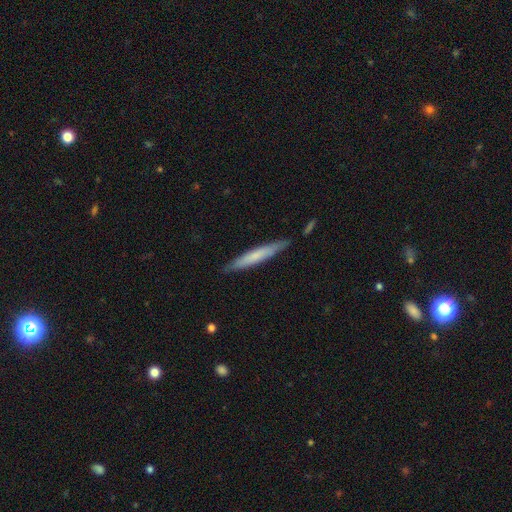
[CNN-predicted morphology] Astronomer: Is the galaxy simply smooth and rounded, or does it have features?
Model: smooth — 62%.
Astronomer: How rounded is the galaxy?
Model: cigar-shaped — 94%.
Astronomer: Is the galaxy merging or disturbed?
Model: none — 85%.